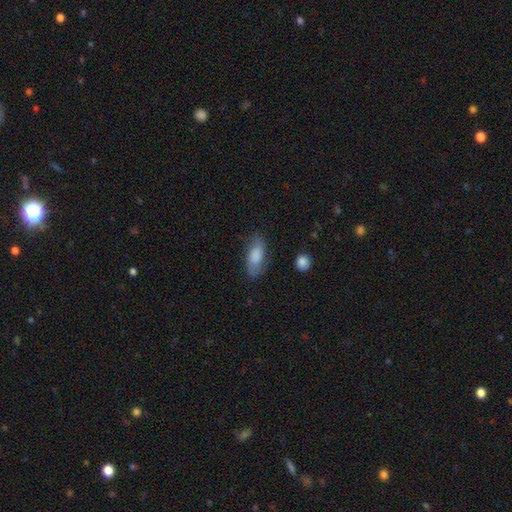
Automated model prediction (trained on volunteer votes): smooth 65%, featured or disk 27%, star or artifact 8%. Down the decision tree: how rounded — in between (86%); merging — none (68%).